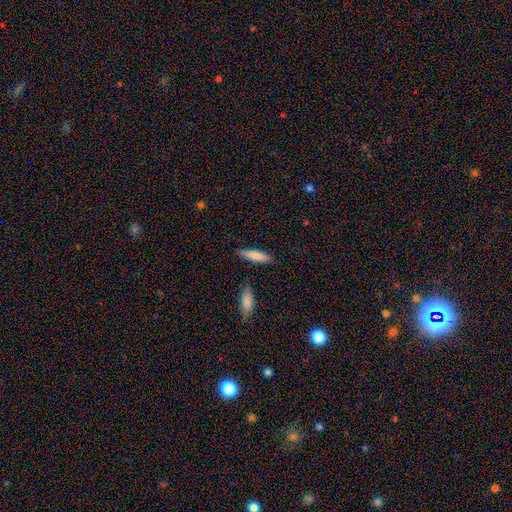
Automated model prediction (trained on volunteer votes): A smooth galaxy with no disk features (81%) that is cigar-shaped (70%).

Vote fractions:
- Smooth or featured? smooth: 81% / featured or disk: 13% / star or artifact: 6%
- How rounded? cigar-shaped: 70% / in between: 28% / round: 2%
- Merging? none: 84% / minor disturbance: 10% / merger: 4% / major disturbance: 2%